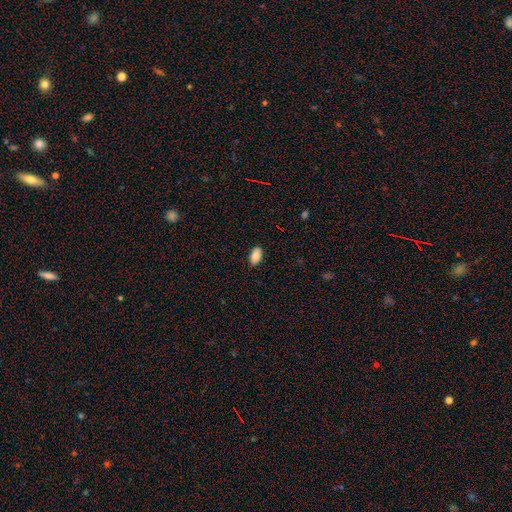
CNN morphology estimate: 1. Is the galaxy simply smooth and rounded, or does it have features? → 87% smooth, 8% star or artifact, 5% featured or disk.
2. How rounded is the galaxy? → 93% in between, 5% round, 2% cigar-shaped.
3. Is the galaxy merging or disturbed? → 86% none, 10% minor disturbance, 2% major disturbance, 1% merger.